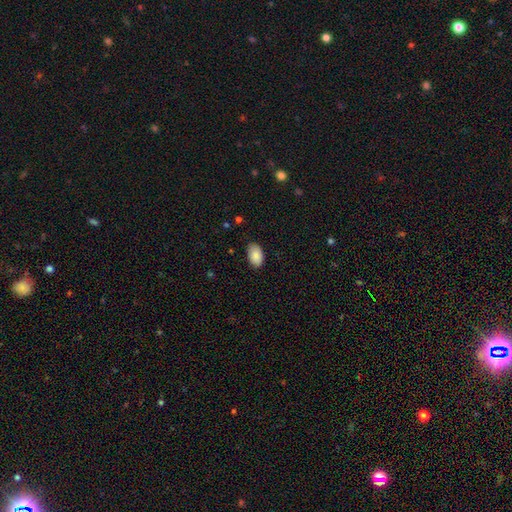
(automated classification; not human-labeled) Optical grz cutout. It shows a smooth galaxy with no disk features (89%) that is in between round and cigar-shaped (93%). Merging: none (84%).